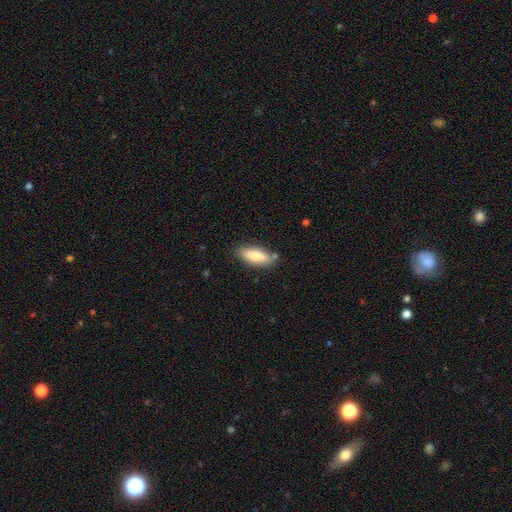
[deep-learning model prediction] This is likely a smooth galaxy (79%). How rounded: likely in between (63%). Merging: clearly none (82%).